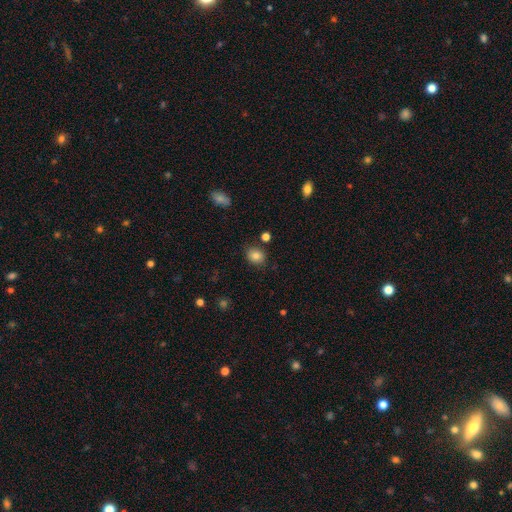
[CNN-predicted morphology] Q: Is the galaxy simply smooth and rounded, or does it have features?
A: smooth — 81%.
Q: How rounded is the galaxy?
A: round — 61%.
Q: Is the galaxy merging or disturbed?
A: none — 81%.